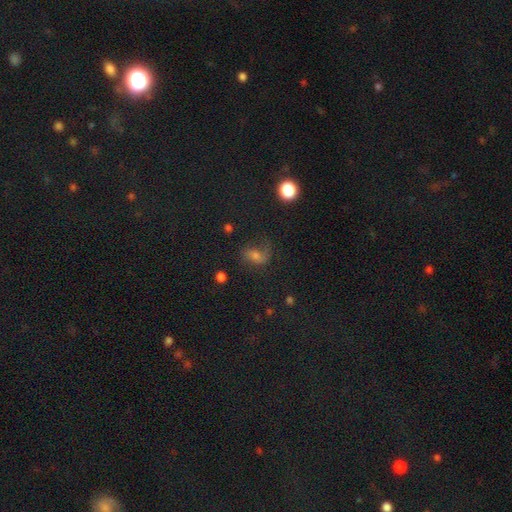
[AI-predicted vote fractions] Morphology: type=featured or disk (42%); merging=none (51%).